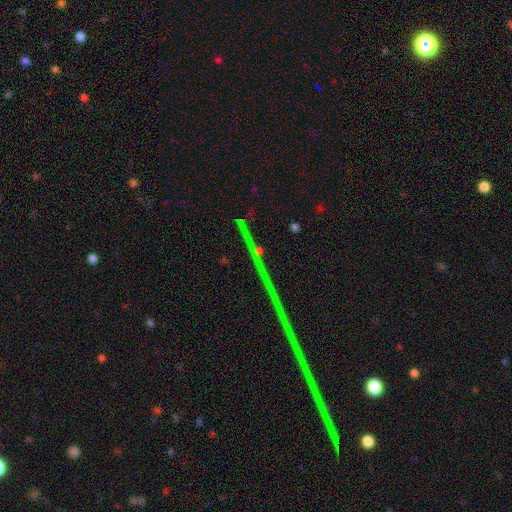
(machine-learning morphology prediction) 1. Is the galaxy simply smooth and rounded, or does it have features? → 65% star or artifact, 25% featured or disk, 10% smooth.